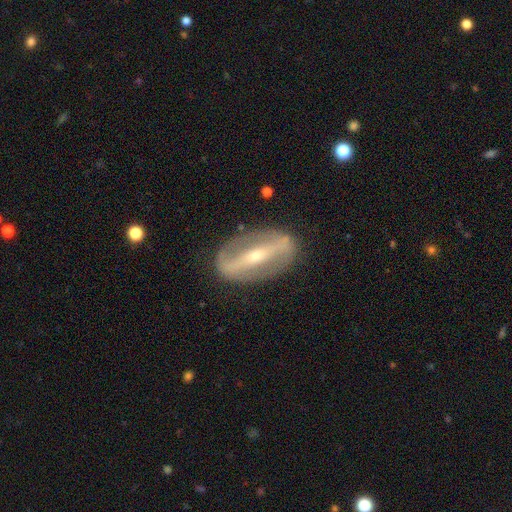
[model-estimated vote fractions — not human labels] Morphology: type=featured or disk (80%); edge-on=no (79%); bar=strong (80%); spiral arms=no (56%); bulge=small (62%); merging=none (83%).